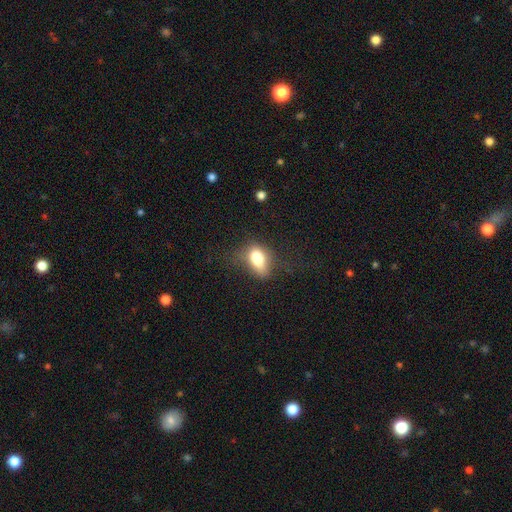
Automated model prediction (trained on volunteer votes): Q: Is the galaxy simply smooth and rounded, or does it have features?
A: smooth — 76%.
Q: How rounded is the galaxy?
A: in between — 85%.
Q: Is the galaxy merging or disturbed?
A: none — 44%.